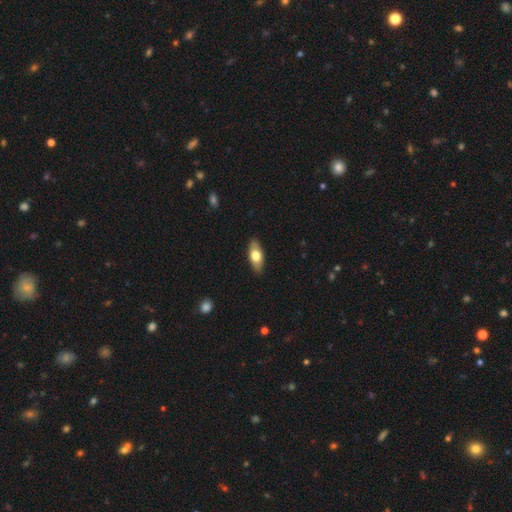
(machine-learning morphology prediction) type=smooth (68%); roundness=in between (83%); merging=none (88%).